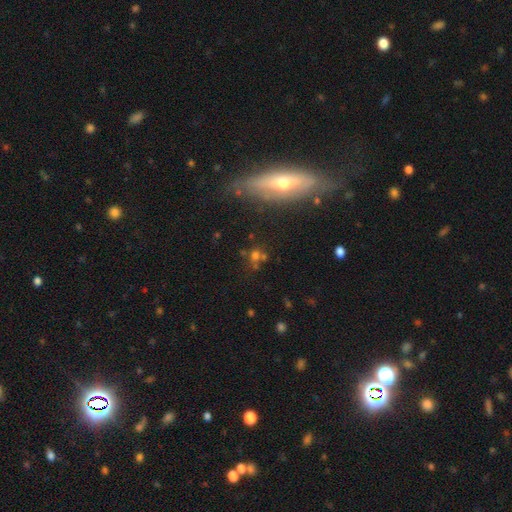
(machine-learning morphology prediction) smooth-or-featured: smooth: 48% | star or artifact: 36% | featured or disk: 16%
  merging: none: 58% | merger: 22% | minor disturbance: 12% | major disturbance: 8%